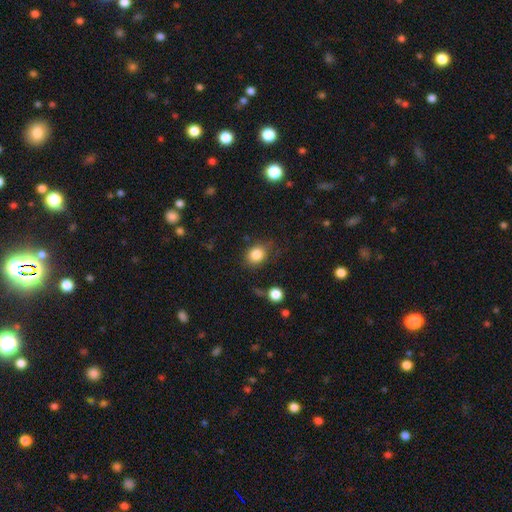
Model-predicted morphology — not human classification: Smooth or featured? smooth (84%)
How rounded? round (55%)
Merging? none (73%)